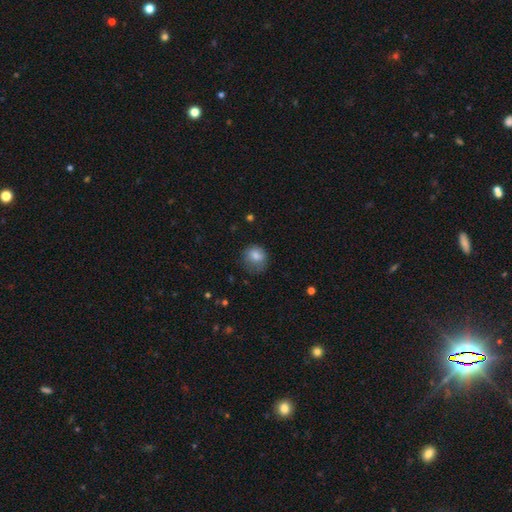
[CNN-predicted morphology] Smooth or featured?
  - smooth: 80% *
  - featured or disk: 11%
  - star or artifact: 9%
How rounded?
  - round: 76% *
  - in between: 23%
  - cigar-shaped: 1%
Merging?
  - none: 61% *
  - minor disturbance: 26%
  - major disturbance: 11%
  - merger: 1%